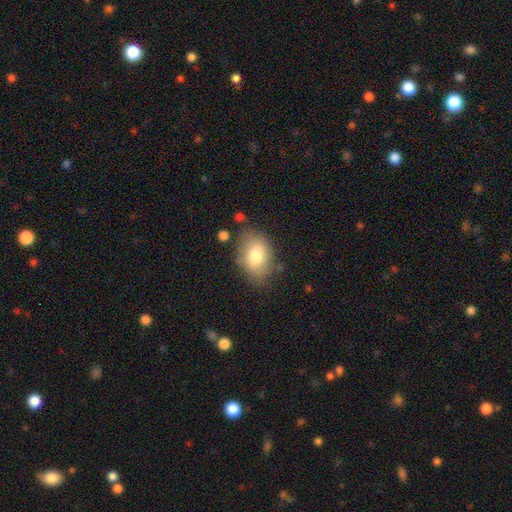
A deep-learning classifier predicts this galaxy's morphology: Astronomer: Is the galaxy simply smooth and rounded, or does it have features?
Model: smooth — 77%.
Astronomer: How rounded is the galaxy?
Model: in between — 84%.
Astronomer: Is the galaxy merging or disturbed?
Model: none — 73%.